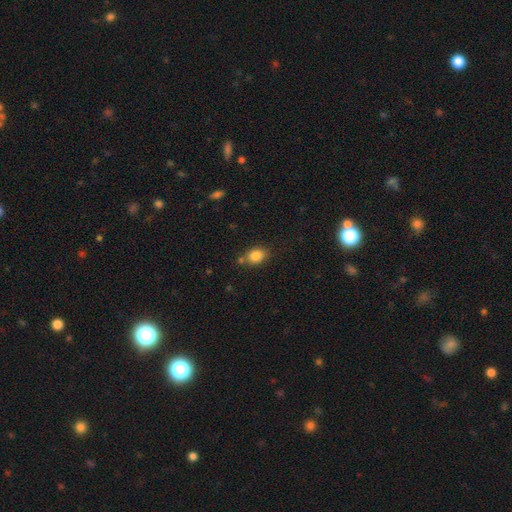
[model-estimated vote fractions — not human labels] Smooth or featured? Predicted: smooth (p=0.84). How rounded? Predicted: in between (p=0.62). Merging? Predicted: none (p=0.70).